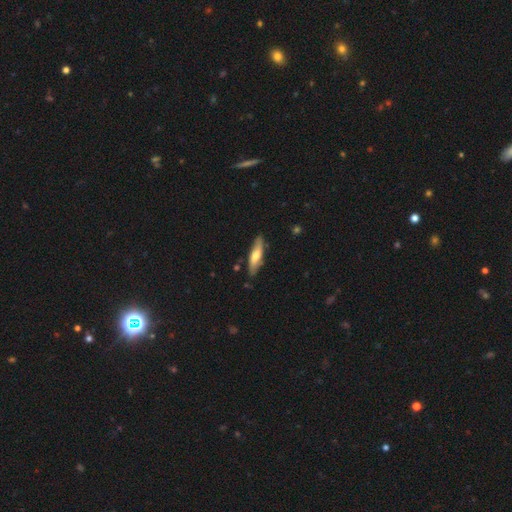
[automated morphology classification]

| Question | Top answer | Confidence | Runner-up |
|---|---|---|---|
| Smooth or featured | smooth | 58% | featured or disk (36%) |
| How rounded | cigar-shaped | 68% | in between (31%) |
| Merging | none | 80% | minor disturbance (15%) |